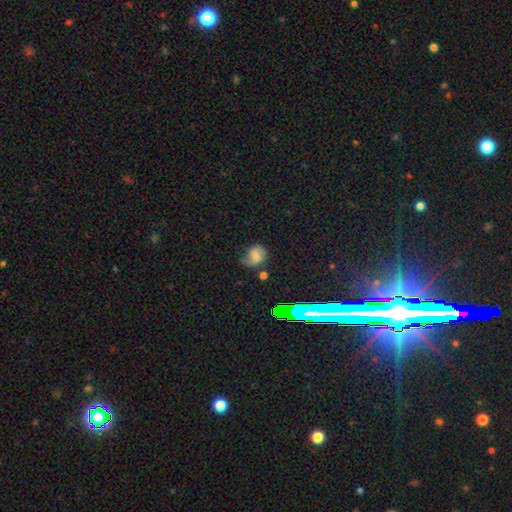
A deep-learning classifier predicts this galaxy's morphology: type=smooth (49%); merging=none (51%).